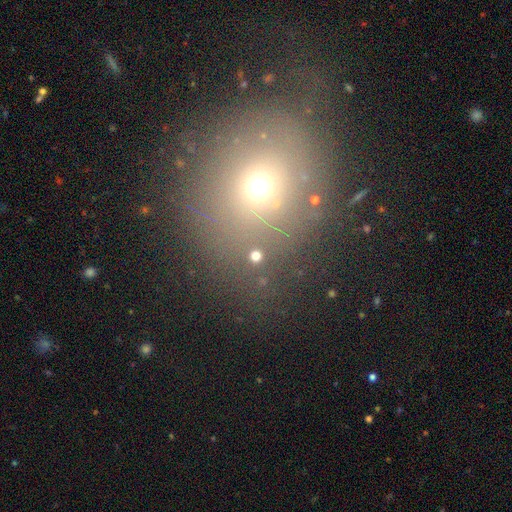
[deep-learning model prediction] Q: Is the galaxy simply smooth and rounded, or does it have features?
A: smooth — 69%.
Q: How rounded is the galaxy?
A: round — 90%.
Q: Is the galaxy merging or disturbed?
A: none — 85%.